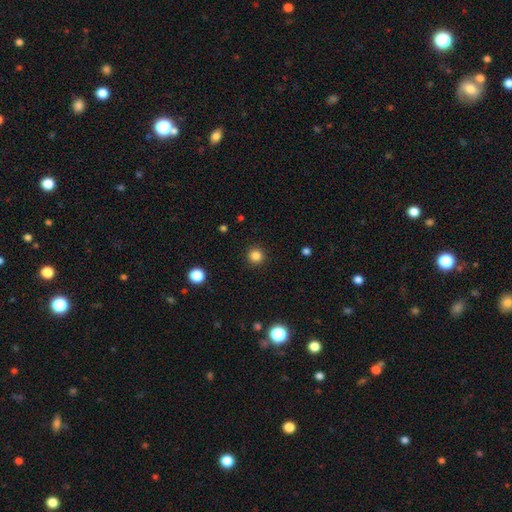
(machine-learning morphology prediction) A smooth galaxy with no disk features (84%) that is round (95%).

Vote fractions:
- Smooth or featured? smooth: 84% / star or artifact: 12% / featured or disk: 4%
- How rounded? round: 95% / in between: 4% / cigar-shaped: 1%
- Merging? none: 92% / minor disturbance: 5% / major disturbance: 2% / merger: 1%